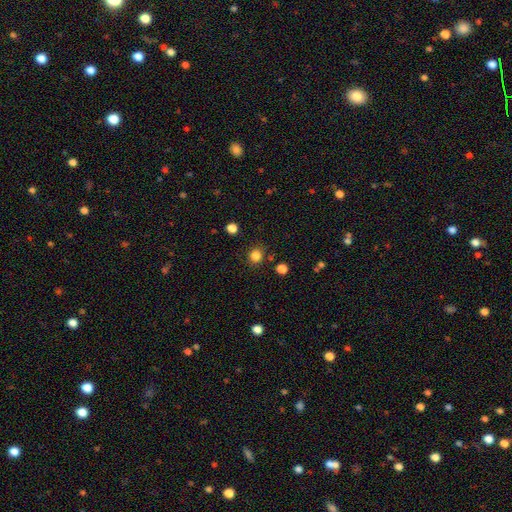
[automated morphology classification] A smooth galaxy with no disk features (83%) that is round (87%).

Vote fractions:
- Smooth or featured? smooth: 83% / star or artifact: 13% / featured or disk: 4%
- How rounded? round: 87% / in between: 12% / cigar-shaped: 1%
- Merging? none: 86% / minor disturbance: 8% / merger: 3% / major disturbance: 3%